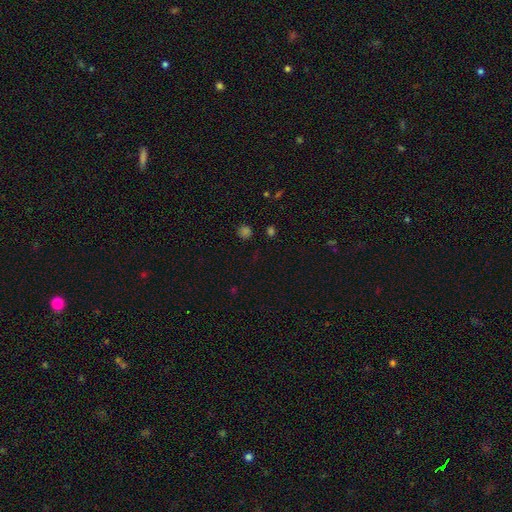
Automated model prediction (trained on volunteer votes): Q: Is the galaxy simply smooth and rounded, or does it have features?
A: smooth — 50%.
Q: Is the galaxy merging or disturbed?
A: none — 83%.